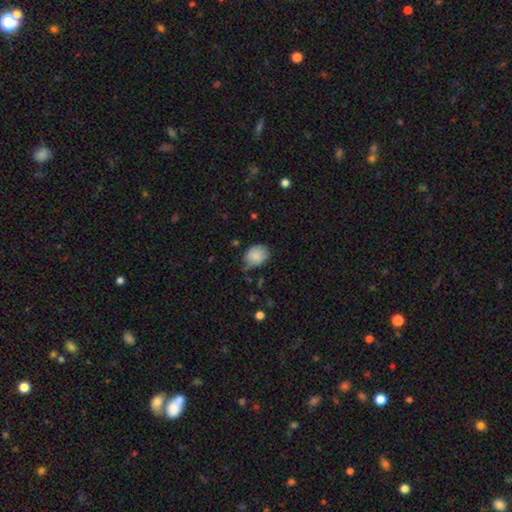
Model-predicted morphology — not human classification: A smooth galaxy with no disk features (86%) that is in between round and cigar-shaped (56%). Merging: none (63%).